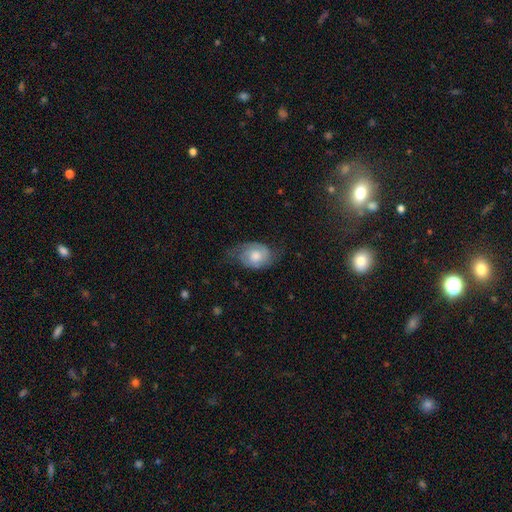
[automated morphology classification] This is possibly a featured or disk galaxy (51%). It is clearly not viewed edge-on (96%). Merging: possibly none (54%).